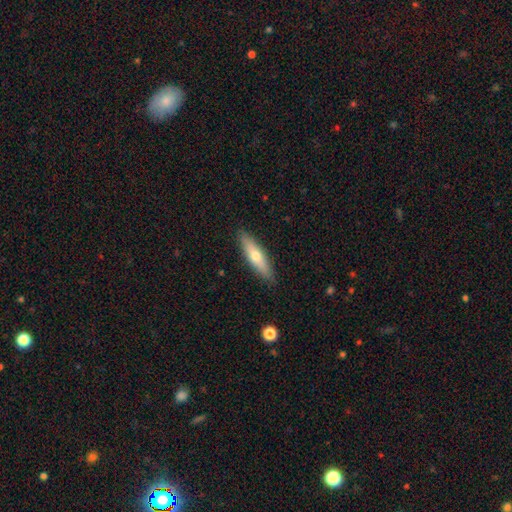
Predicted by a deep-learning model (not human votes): Smooth or featured?
  - smooth: 58% *
  - featured or disk: 36%
  - star or artifact: 6%
How rounded?
  - cigar-shaped: 73% *
  - in between: 25%
  - round: 2%
Merging?
  - none: 89% *
  - minor disturbance: 8%
  - major disturbance: 2%
  - merger: 1%